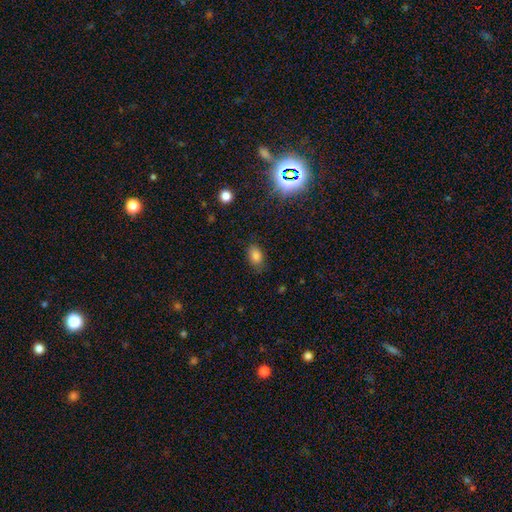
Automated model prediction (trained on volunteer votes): A smooth galaxy with no disk features (81%) that is in between round and cigar-shaped (84%).

Vote fractions:
- Smooth or featured? smooth: 81% / star or artifact: 13% / featured or disk: 6%
- How rounded? in between: 84% / round: 15% / cigar-shaped: 2%
- Merging? none: 79% / minor disturbance: 16% / major disturbance: 4% / merger: 1%